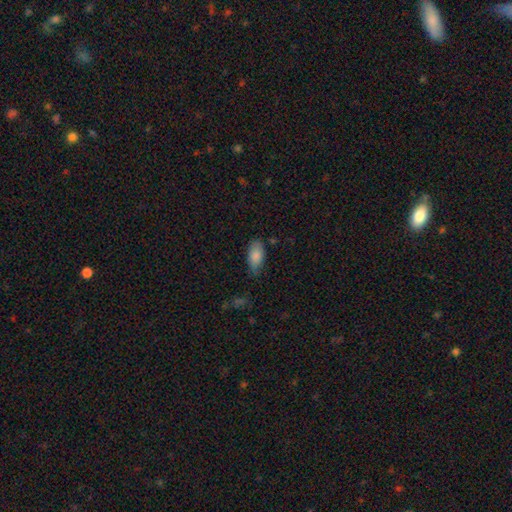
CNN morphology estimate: This appears to be a smooth galaxy with no disk features (86%) that is in between round and cigar-shaped (90%). Merging: none (72%).